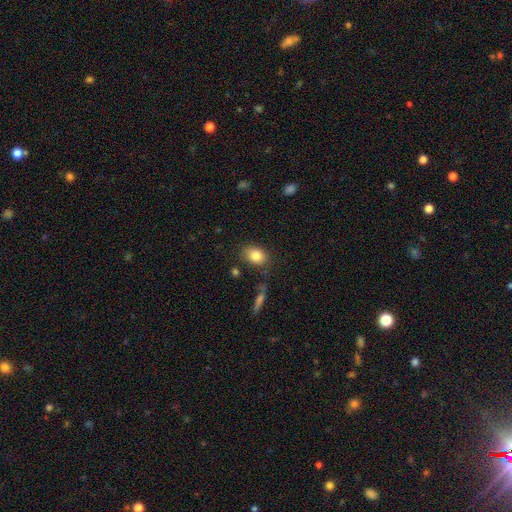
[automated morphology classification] A smooth galaxy with no disk features (83%) that is in between round and cigar-shaped (70%). Merging: none (78%).